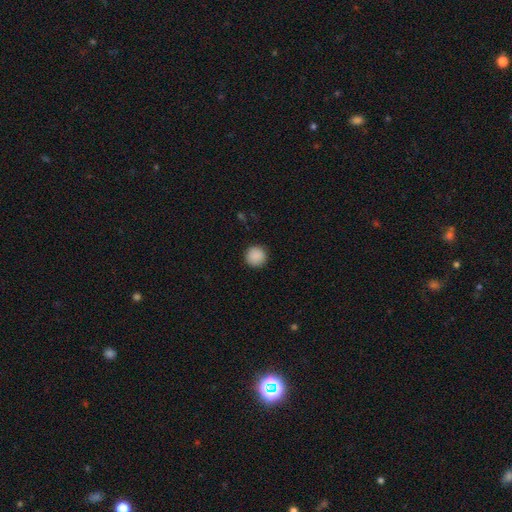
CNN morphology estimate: Smooth or featured?
  - smooth: 90% *
  - star or artifact: 8%
  - featured or disk: 2%
How rounded?
  - round: 95% *
  - in between: 4%
  - cigar-shaped: 1%
Merging?
  - none: 92% *
  - minor disturbance: 5%
  - major disturbance: 2%
  - merger: 1%